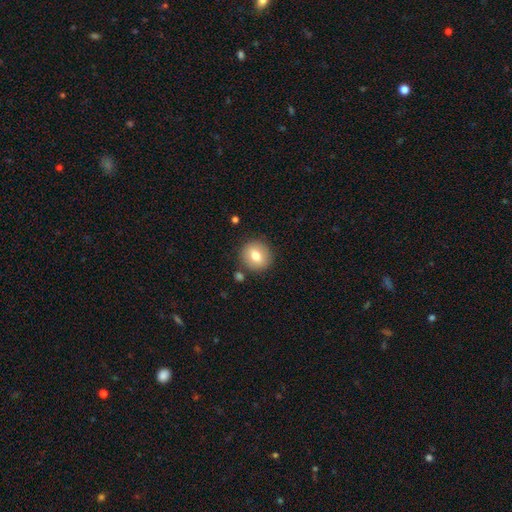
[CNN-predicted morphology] This is likely a smooth galaxy (75%). How rounded: clearly round (88%). Merging: clearly none (85%).